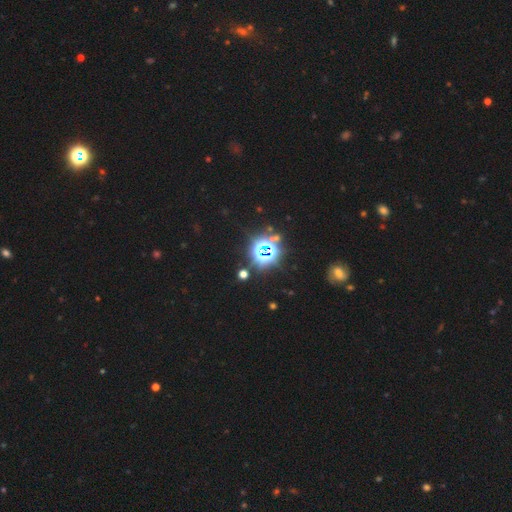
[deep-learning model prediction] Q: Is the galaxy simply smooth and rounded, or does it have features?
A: star or artifact — 77%.